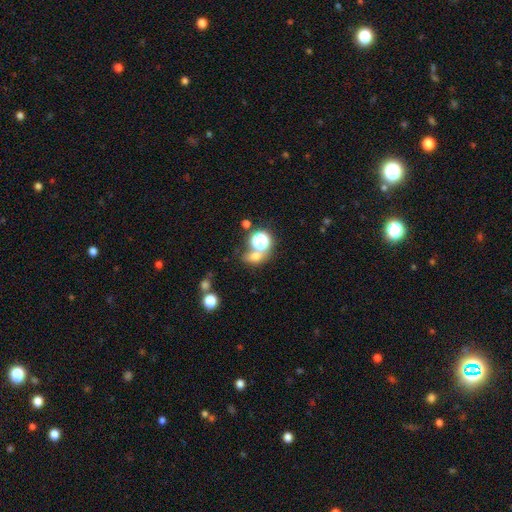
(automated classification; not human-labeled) Q: Smooth or featured?
A: smooth (62%); runner-up: star or artifact (27%)
Q: How rounded?
A: round (55%); runner-up: in between (43%)
Q: Merging?
A: none (53%); runner-up: merger (29%)